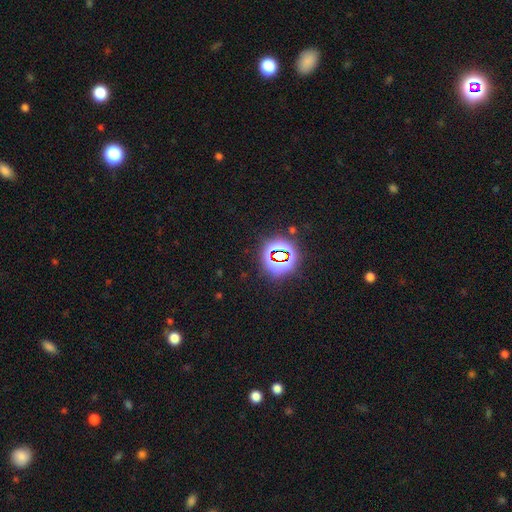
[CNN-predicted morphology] type=star or artifact (81%).